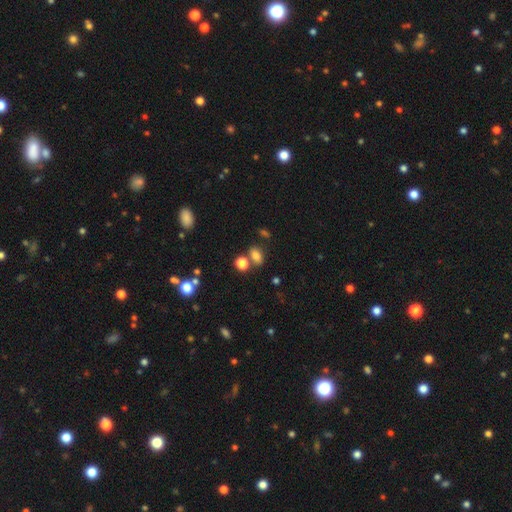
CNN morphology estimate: type=smooth (78%); roundness=in between (72%); merging=none (64%).